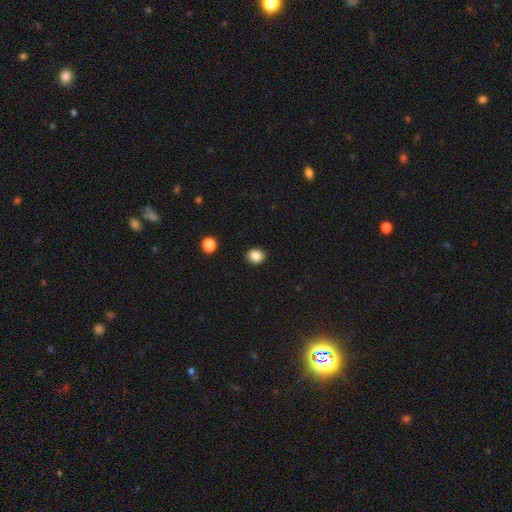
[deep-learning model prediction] Q: Smooth or featured?
A: smooth (86%); runner-up: star or artifact (10%)
Q: How rounded?
A: round (70%); runner-up: in between (29%)
Q: Merging?
A: none (90%); runner-up: minor disturbance (7%)